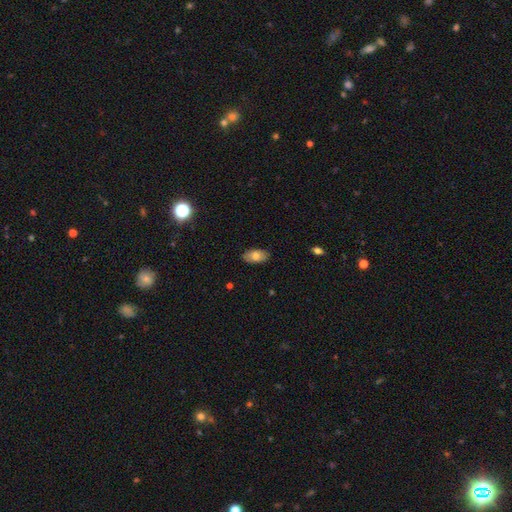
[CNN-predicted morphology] smooth-or-featured: smooth: 79% | featured or disk: 14% | star or artifact: 7%
  how-rounded: in between: 93% | cigar-shaped: 3% | round: 3%
  merging: none: 87% | minor disturbance: 10% | major disturbance: 2% | merger: 1%